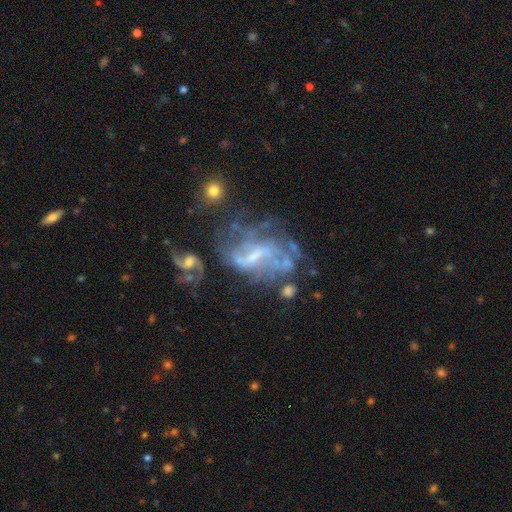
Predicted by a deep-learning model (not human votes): Smooth or featured? featured or disk (73%)
Edge-on disk? no (97%)
Bar? weak (44%)
Spiral arms? yes (56%)
Bulge size? small (38%)
Merging? major disturbance (34%)